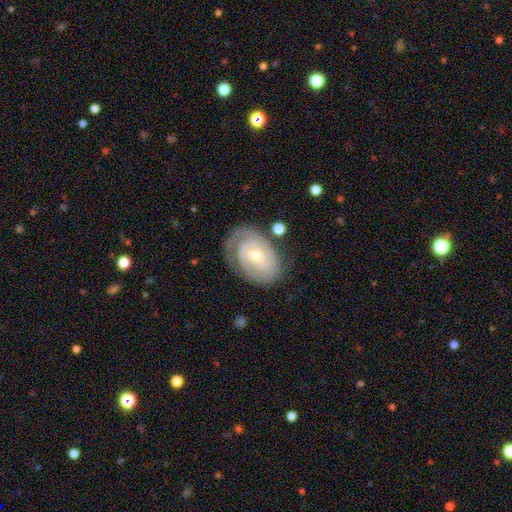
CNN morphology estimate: This appears to be a featured or disk galaxy (85%) with no bar (48%), 2 (53%) tight (75%) spiral arms (95%) and a small central bulge (55%). Merging: none (74%).